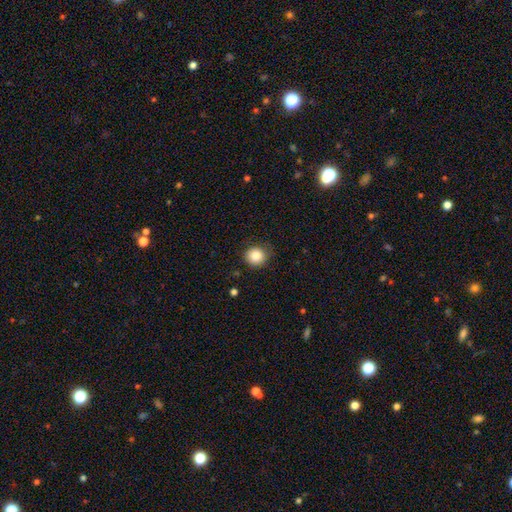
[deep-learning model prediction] Smooth or featured?
  - smooth: 86% *
  - star or artifact: 10%
  - featured or disk: 4%
How rounded?
  - round: 91% *
  - in between: 8%
  - cigar-shaped: 1%
Merging?
  - none: 82% *
  - minor disturbance: 13%
  - major disturbance: 3%
  - merger: 1%